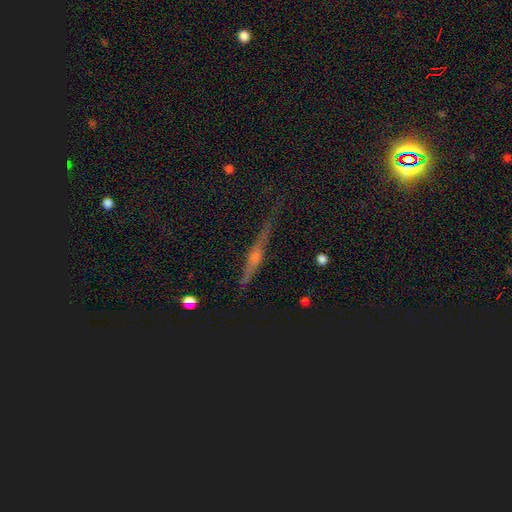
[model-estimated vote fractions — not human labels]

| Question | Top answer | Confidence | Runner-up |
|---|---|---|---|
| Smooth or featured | featured or disk | 70% | smooth (17%) |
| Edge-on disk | yes | 96% | no (4%) |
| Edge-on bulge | rounded | 82% | none (9%) |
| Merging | none | 80% | minor disturbance (14%) |